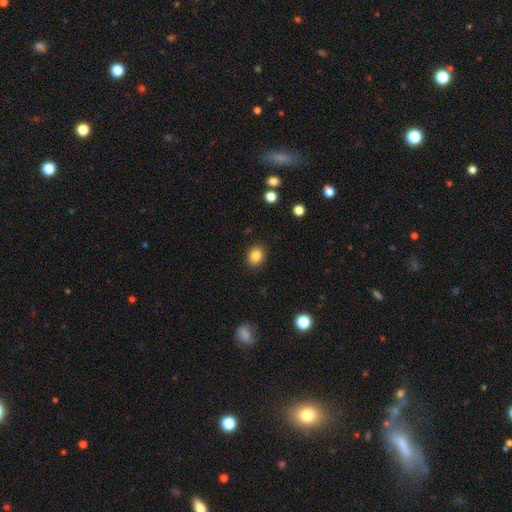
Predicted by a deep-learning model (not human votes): A smooth galaxy with no disk features (85%) that is round (54%). Merging: none (90%).